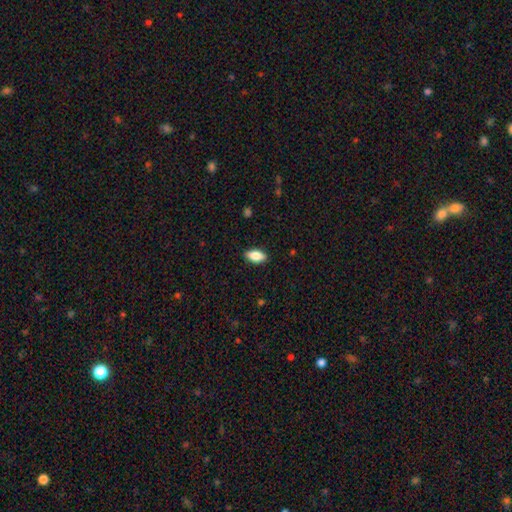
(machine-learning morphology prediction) A smooth galaxy with no disk features (82%) that is in between round and cigar-shaped (89%). Merging: none (89%).